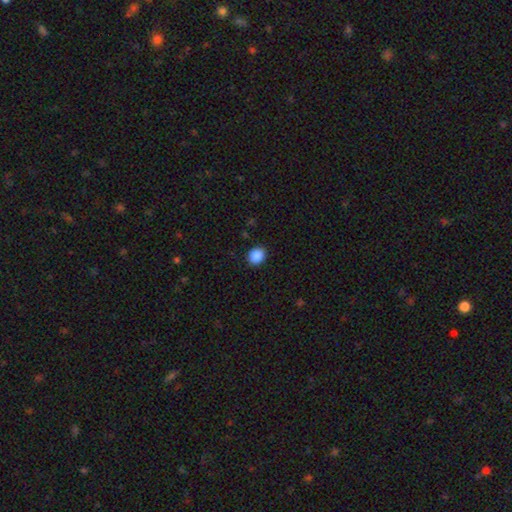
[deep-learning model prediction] smooth-or-featured: smooth: 88% | star or artifact: 9% | featured or disk: 3%
  how-rounded: round: 59% | in between: 40% | cigar-shaped: 1%
  merging: none: 91% | minor disturbance: 6% | major disturbance: 2% | merger: 1%